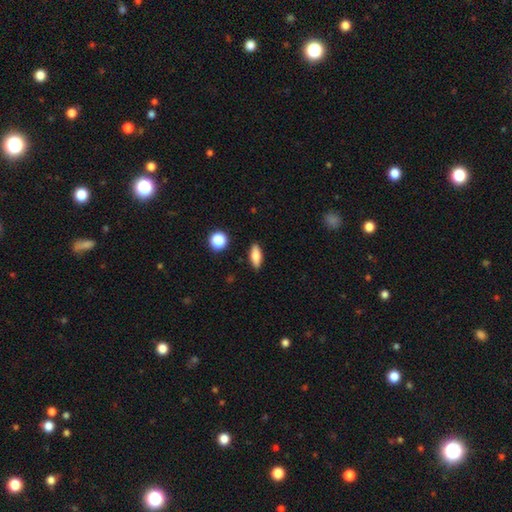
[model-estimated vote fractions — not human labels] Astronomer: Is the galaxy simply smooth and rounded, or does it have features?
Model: smooth — 75%.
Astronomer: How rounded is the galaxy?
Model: in between — 67%.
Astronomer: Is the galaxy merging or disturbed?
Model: none — 88%.